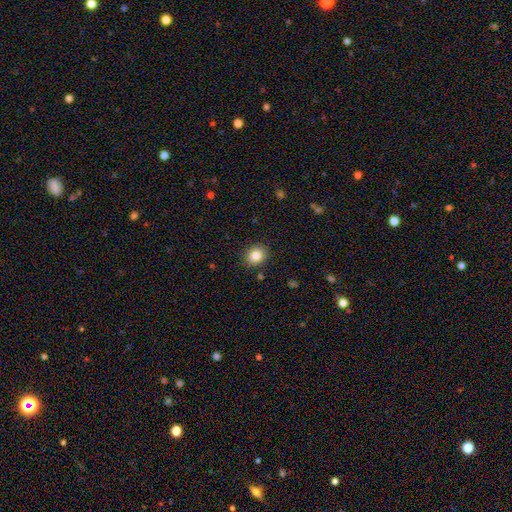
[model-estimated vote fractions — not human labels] A smooth galaxy with no disk features (84%) that is round (64%). Merging: none (88%).